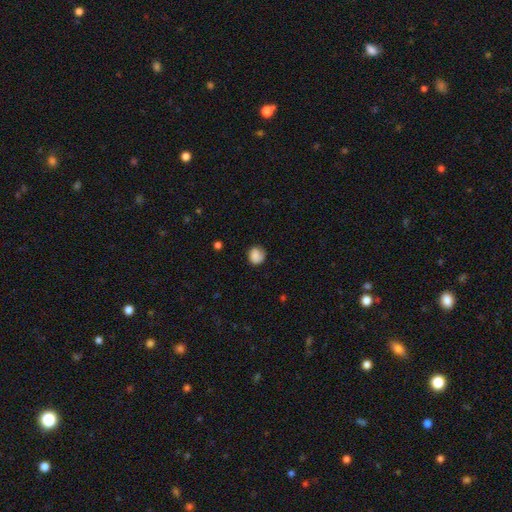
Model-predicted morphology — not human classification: A smooth galaxy with no disk features (79%) that is round (77%). Merging: none (67%).